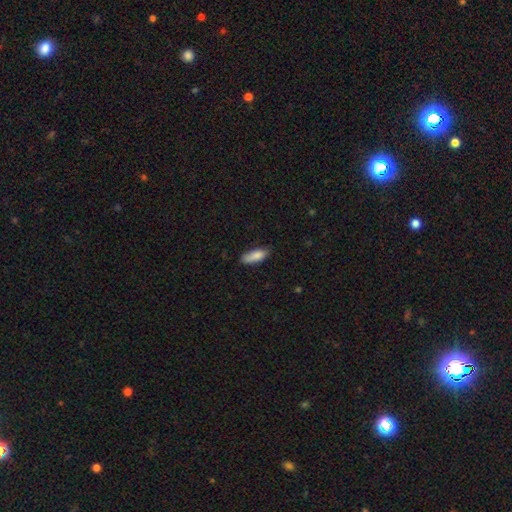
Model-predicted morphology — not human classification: A smooth galaxy with no disk features (86%) that is in between round and cigar-shaped (68%). Merging: none (73%).